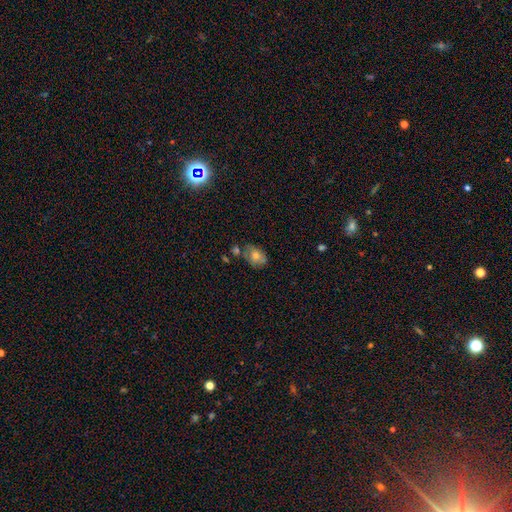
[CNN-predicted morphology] Smooth or featured: smooth — 63% (featured or disk — 24%)
How rounded: in between — 73% (round — 25%)
Merging: none — 57% (minor disturbance — 23%)